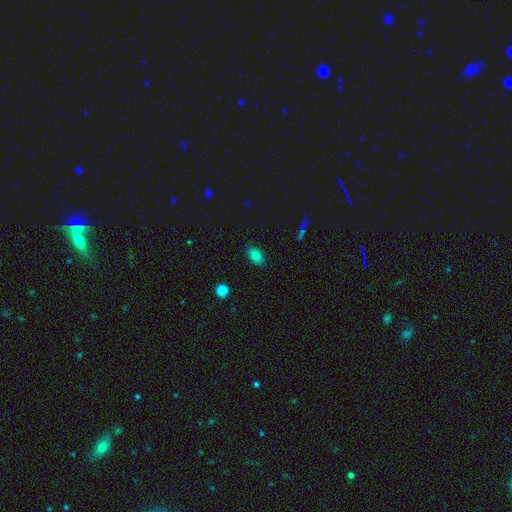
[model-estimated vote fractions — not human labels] Morphology: type=smooth (81%); roundness=in between (87%); merging=none (86%).